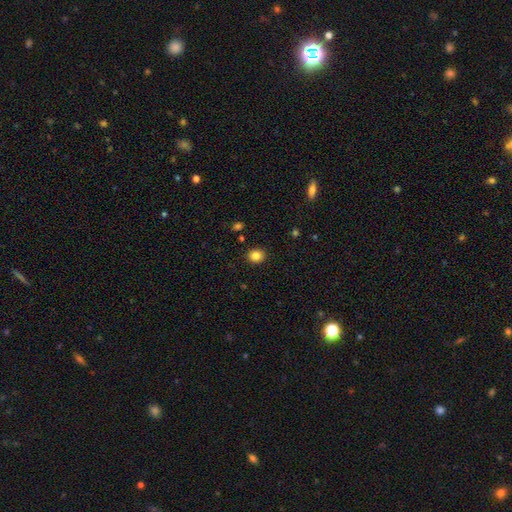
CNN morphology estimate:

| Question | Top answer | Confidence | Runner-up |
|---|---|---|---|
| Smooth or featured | smooth | 84% | star or artifact (11%) |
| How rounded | round | 70% | in between (29%) |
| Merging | none | 90% | minor disturbance (7%) |